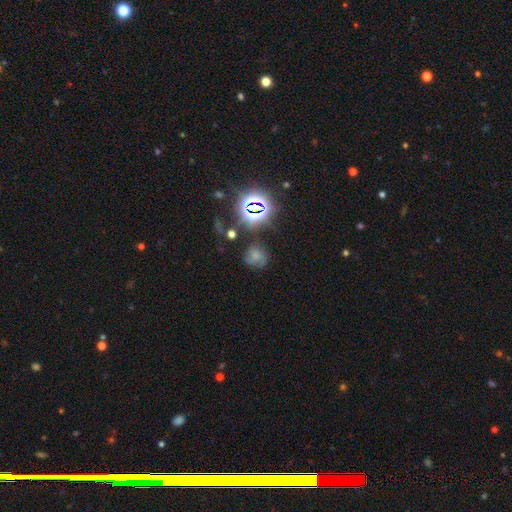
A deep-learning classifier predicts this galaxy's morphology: Q: Smooth or featured?
A: smooth (51%); runner-up: star or artifact (29%)
Q: How rounded?
A: round (76%); runner-up: in between (22%)
Q: Merging?
A: none (57%); runner-up: minor disturbance (23%)